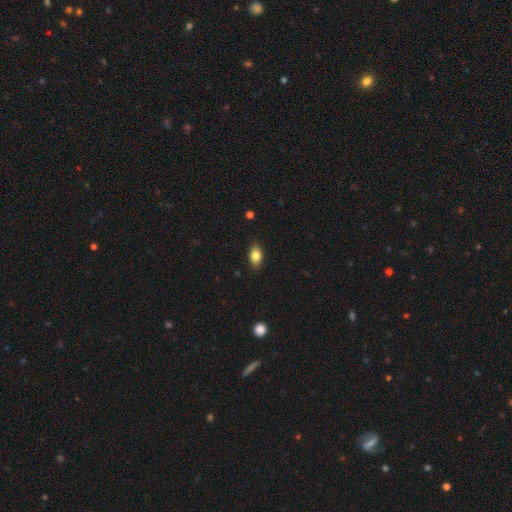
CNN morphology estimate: Smooth or featured: smooth — 79% (featured or disk — 14%)
How rounded: in between — 85% (round — 8%)
Merging: none — 86% (minor disturbance — 11%)